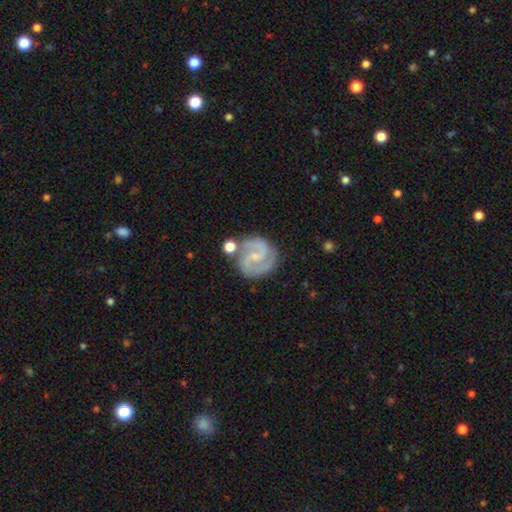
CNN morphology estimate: Overall: featured or disk (89%). Edge-on disk: no (98%). Bar: weak (48%; no 35%). Spiral arms: yes (98%). Spiral arm count: 2 (86%). Spiral winding: medium (52%; tight 38%). Bulge size: small (66%). Merging: none (73%).